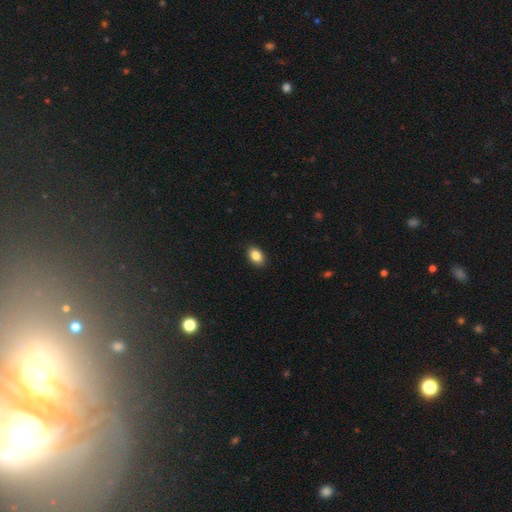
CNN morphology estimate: Q: Smooth or featured?
A: smooth (86%); runner-up: star or artifact (8%)
Q: How rounded?
A: in between (88%); runner-up: round (10%)
Q: Merging?
A: none (89%); runner-up: minor disturbance (8%)